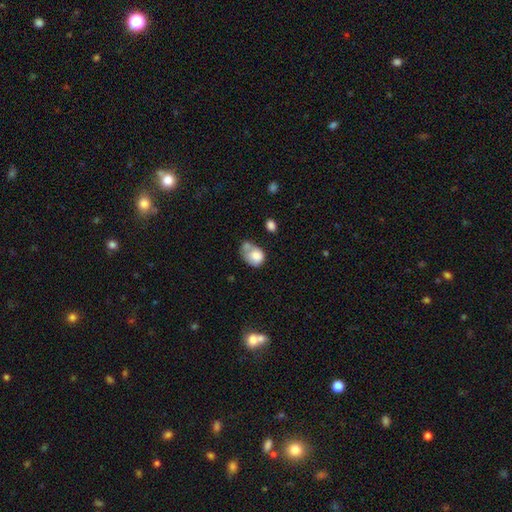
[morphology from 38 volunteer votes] Overall: smooth (76%). How rounded: in between (52%; round 48%). Merging: merger (51%; minor disturbance 29%).